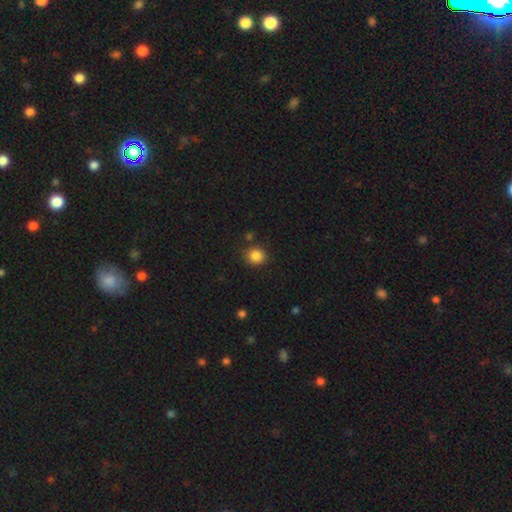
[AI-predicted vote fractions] Smooth or featured? smooth (86%)
How rounded? round (86%)
Merging? none (85%)